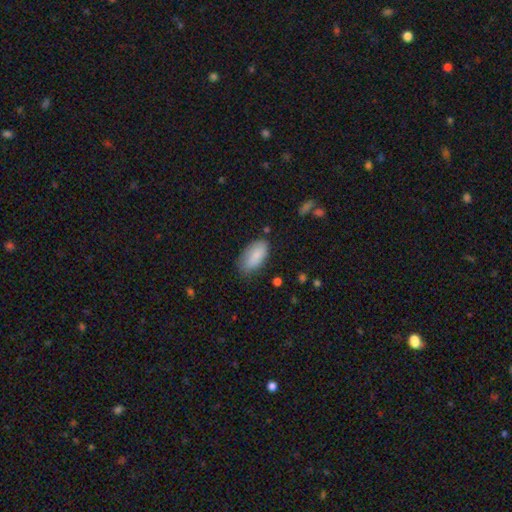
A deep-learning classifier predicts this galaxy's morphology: Overall: smooth (86%). How rounded: in between (93%). Merging: none (71%).